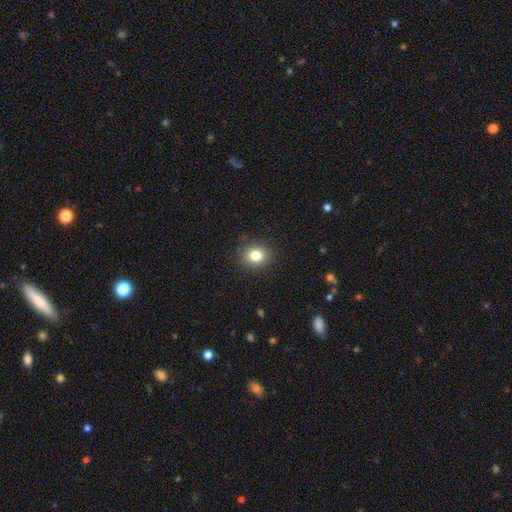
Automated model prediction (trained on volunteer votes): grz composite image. It shows a smooth galaxy with no disk features (81%) that is round (70%). Merging: none (88%).